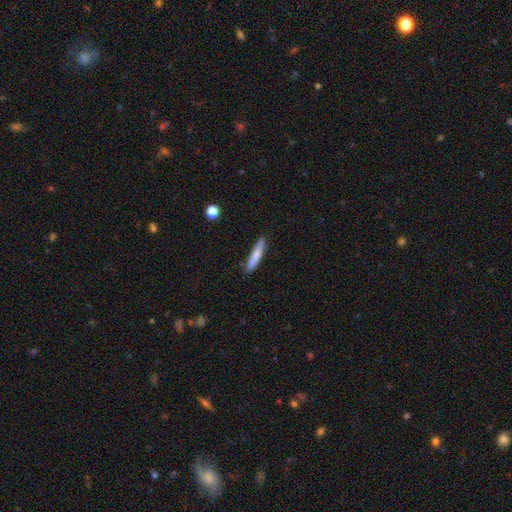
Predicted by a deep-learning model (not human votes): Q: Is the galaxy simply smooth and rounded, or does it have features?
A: smooth — 75%.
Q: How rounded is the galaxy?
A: cigar-shaped — 90%.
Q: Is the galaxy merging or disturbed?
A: none — 86%.